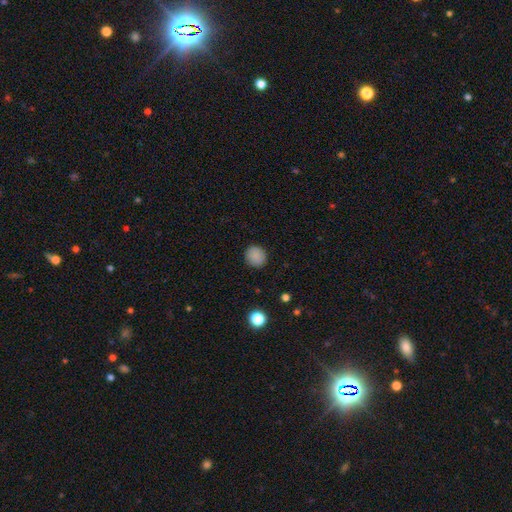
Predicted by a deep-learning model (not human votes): Smooth or featured: smooth — 87% (star or artifact — 10%)
How rounded: round — 83% (in between — 16%)
Merging: none — 89% (minor disturbance — 8%)